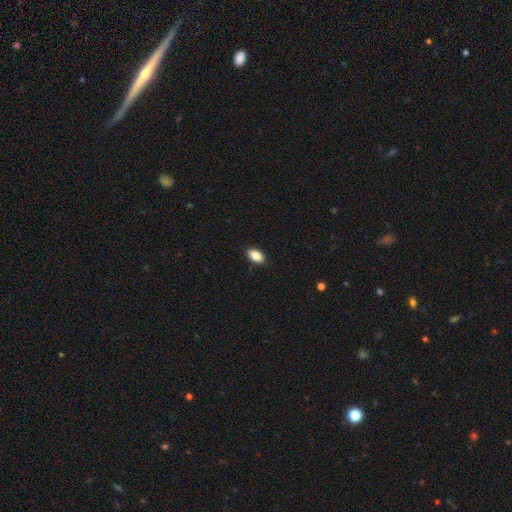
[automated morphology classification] Q: Smooth or featured?
A: smooth (88%); runner-up: star or artifact (8%)
Q: How rounded?
A: in between (92%); runner-up: round (6%)
Q: Merging?
A: none (89%); runner-up: minor disturbance (8%)